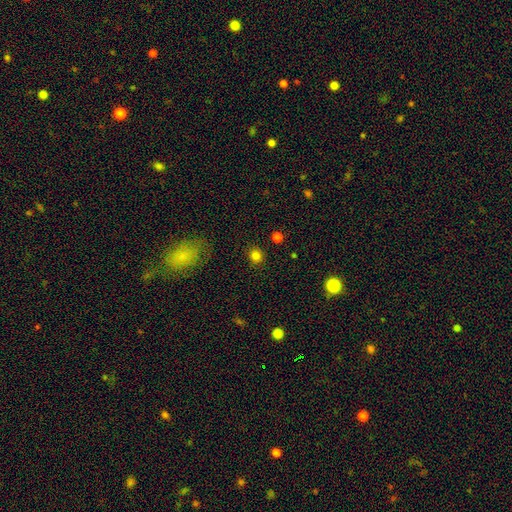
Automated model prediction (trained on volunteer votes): A smooth galaxy with no disk features (82%) that is round (88%). Merging: none (89%).